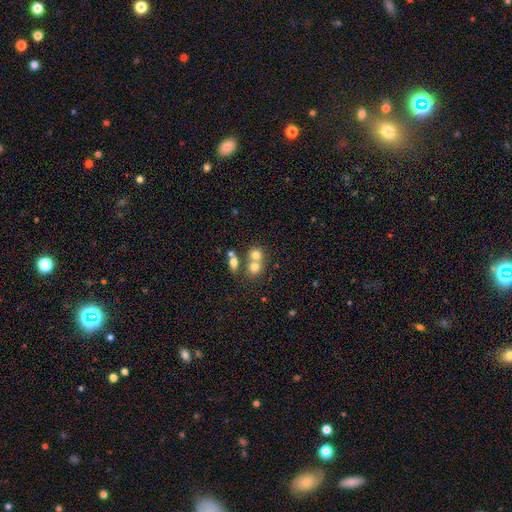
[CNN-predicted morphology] A smooth galaxy with no disk features (72%) that is round (76%). Merging: merger (54%).